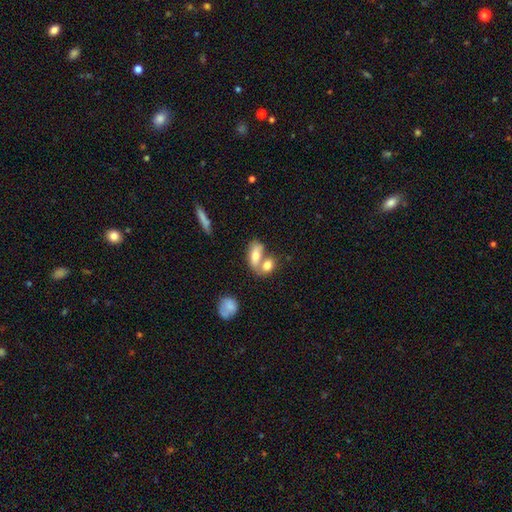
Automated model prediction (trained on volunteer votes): Morphology: type=smooth (72%); roundness=in between (81%); merging=merger (55%).